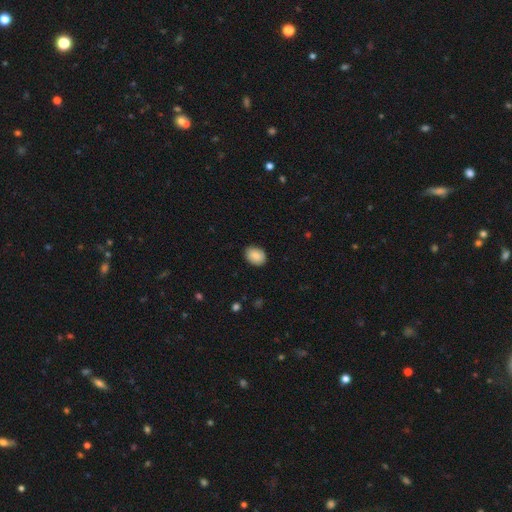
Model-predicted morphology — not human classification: type=smooth (87%); roundness=in between (68%); merging=none (88%).